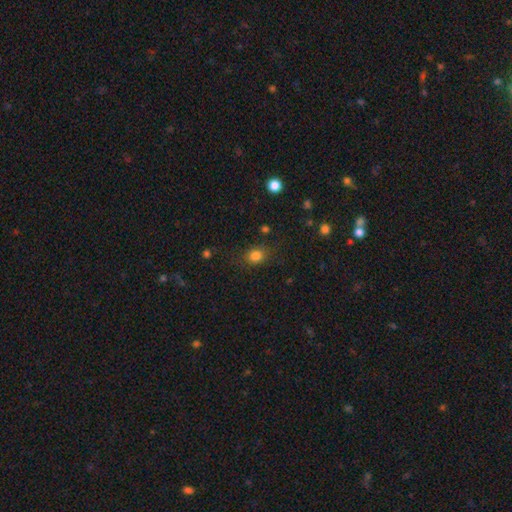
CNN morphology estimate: Smooth or featured? Predicted: smooth (p=0.82). How rounded? Predicted: round (p=0.57). Merging? Predicted: none (p=0.80).